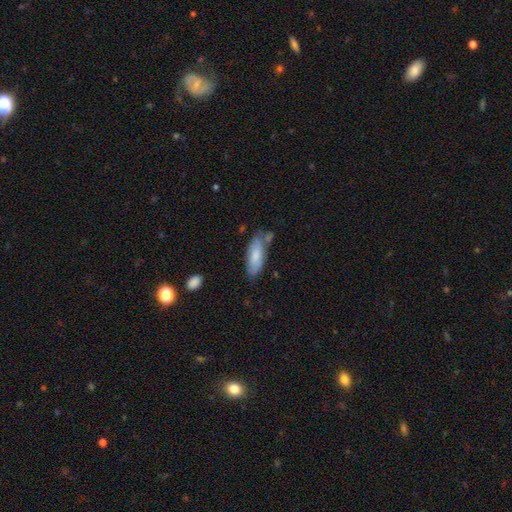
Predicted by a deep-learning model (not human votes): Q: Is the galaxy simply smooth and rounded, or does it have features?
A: smooth — 78%.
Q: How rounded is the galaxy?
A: in between — 69%.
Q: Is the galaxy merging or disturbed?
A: none — 60%.